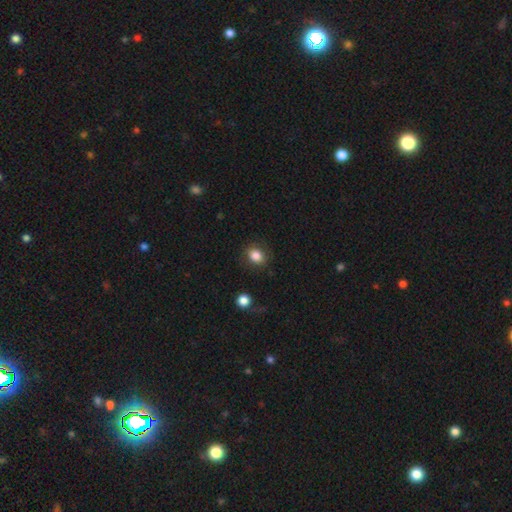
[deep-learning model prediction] Morphology: type=smooth (84%); roundness=round (64%); merging=none (83%).